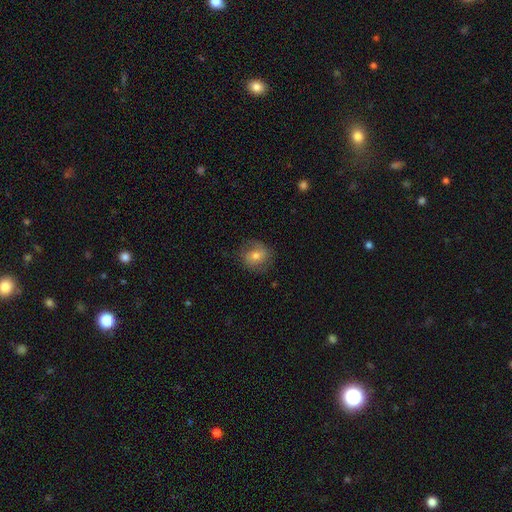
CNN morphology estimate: Smooth or featured?
  - smooth: 54% *
  - featured or disk: 37%
  - star or artifact: 9%
How rounded?
  - round: 72% *
  - in between: 27%
  - cigar-shaped: 1%
Merging?
  - none: 73% *
  - minor disturbance: 18%
  - major disturbance: 8%
  - merger: 1%